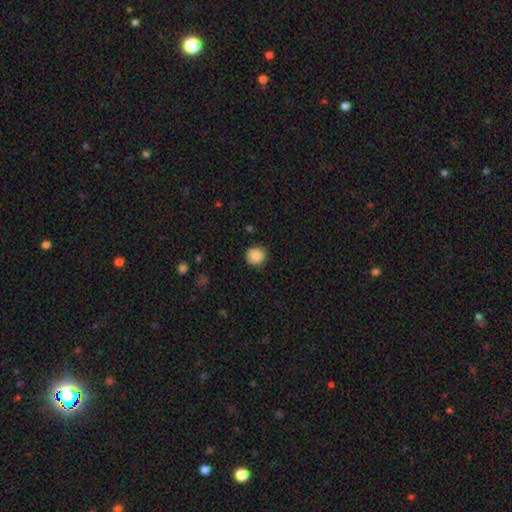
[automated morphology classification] Smooth or featured? Predicted: smooth (p=0.88). How rounded? Predicted: round (p=0.92). Merging? Predicted: none (p=0.88).